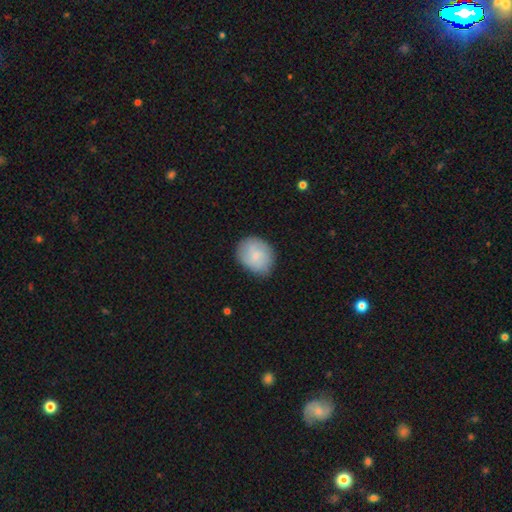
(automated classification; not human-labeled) Smooth or featured?
  - smooth: 77% *
  - featured or disk: 16%
  - star or artifact: 7%
How rounded?
  - round: 51% *
  - in between: 48%
  - cigar-shaped: 1%
Merging?
  - none: 75% *
  - minor disturbance: 19%
  - major disturbance: 4%
  - merger: 1%